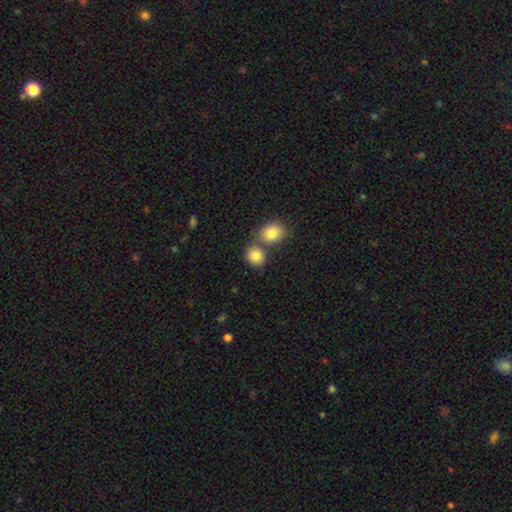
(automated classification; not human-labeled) A smooth galaxy with no disk features (83%) that is round (68%). Merging: none (52%).